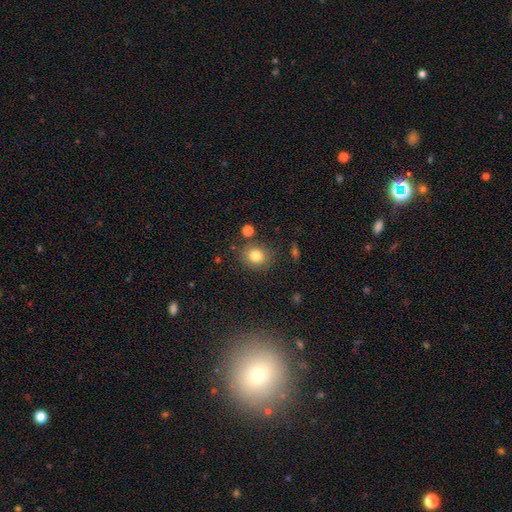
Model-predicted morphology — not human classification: smooth_or_featured: smooth (p=0.81) [alt: star or artifact p=0.11]
how_rounded: round (p=0.71) [alt: in between p=0.28]
merging: none (p=0.81) [alt: minor disturbance p=0.11]